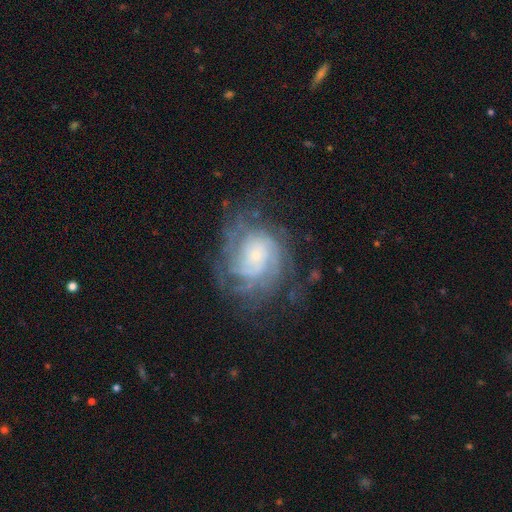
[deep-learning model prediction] A featured or disk galaxy (81%) with no bar (76%), tight (63%) spiral arms (93%) and a small central bulge (74%). Merging: none (66%).